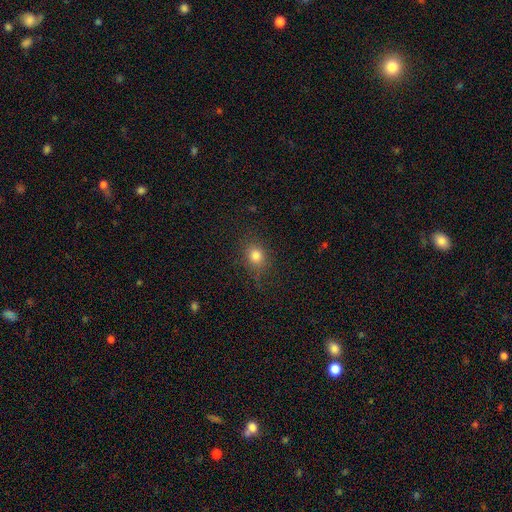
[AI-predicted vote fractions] Smooth or featured?
  - smooth: 80% *
  - star or artifact: 13%
  - featured or disk: 7%
How rounded?
  - round: 62% *
  - in between: 37%
  - cigar-shaped: 2%
Merging?
  - none: 80% *
  - minor disturbance: 14%
  - major disturbance: 5%
  - merger: 1%